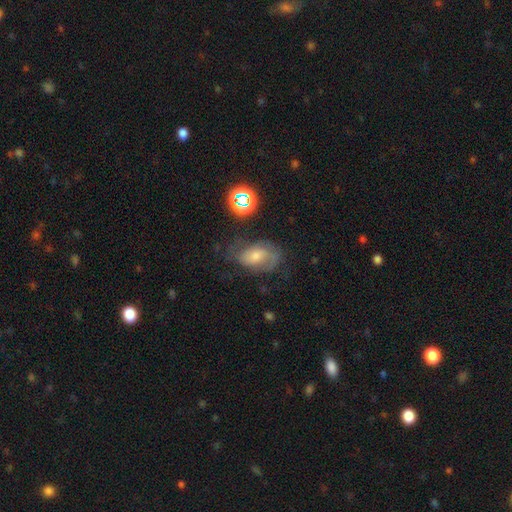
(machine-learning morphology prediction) The model was most divided on "smooth or featured": featured or disk: 51%, smooth: 32%, star or artifact: 17%. More confident: edge-on disk — no (95%); merging — none (53%).